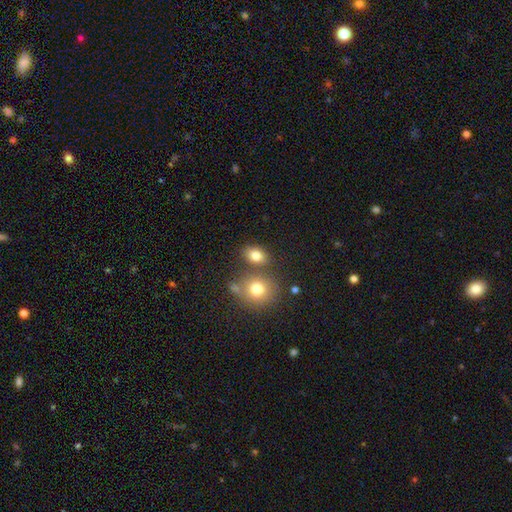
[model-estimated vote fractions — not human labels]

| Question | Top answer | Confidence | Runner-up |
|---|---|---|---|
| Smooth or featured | smooth | 80% | star or artifact (11%) |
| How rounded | in between | 67% | round (31%) |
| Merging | none | 67% | merger (17%) |